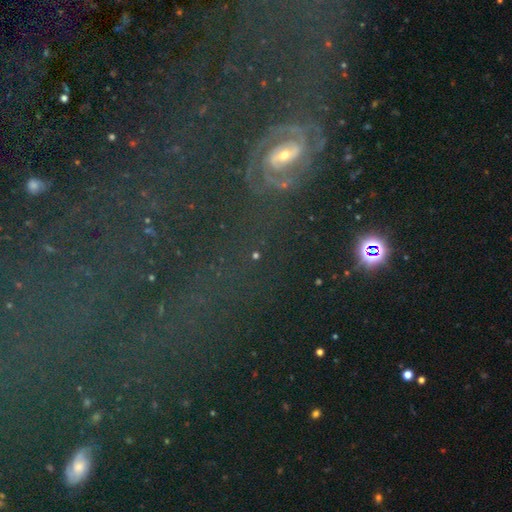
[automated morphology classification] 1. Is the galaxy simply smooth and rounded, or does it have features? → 51% star or artifact, 27% featured or disk, 22% smooth.